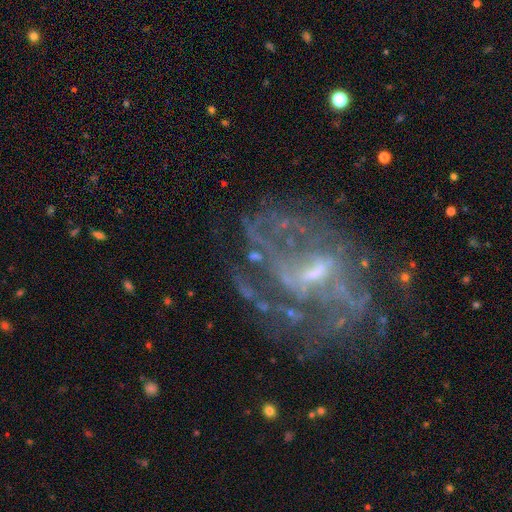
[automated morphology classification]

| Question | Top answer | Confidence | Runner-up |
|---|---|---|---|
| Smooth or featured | featured or disk | 76% | star or artifact (14%) |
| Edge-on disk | no | 96% | yes (4%) |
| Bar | weak | 43% | no (29%) |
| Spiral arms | yes | 68% | no (32%) |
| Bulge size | small | 43% | moderate (29%) |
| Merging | none | 46% | major disturbance (31%) |